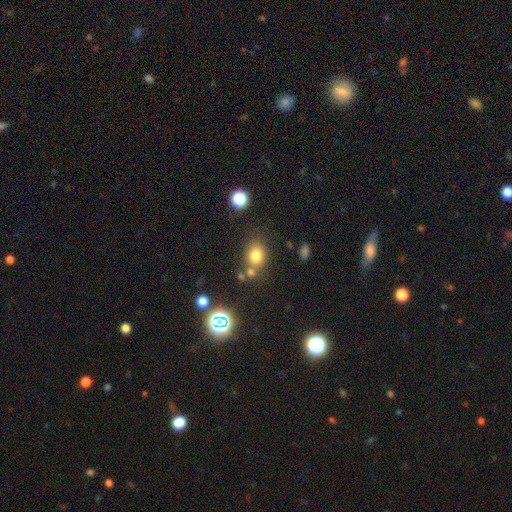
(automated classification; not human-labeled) A smooth galaxy with no disk features (75%) that is round (54%).

Vote fractions:
- Smooth or featured? smooth: 75% / star or artifact: 15% / featured or disk: 9%
- How rounded? round: 54% / in between: 45% / cigar-shaped: 1%
- Merging? none: 66% / merger: 16% / minor disturbance: 13% / major disturbance: 5%